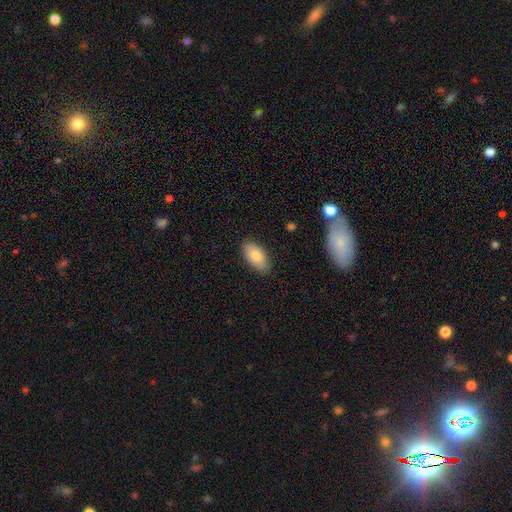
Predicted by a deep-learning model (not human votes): Smooth or featured? Predicted: smooth (p=0.83). How rounded? Predicted: in between (p=0.94). Merging? Predicted: none (p=0.85).